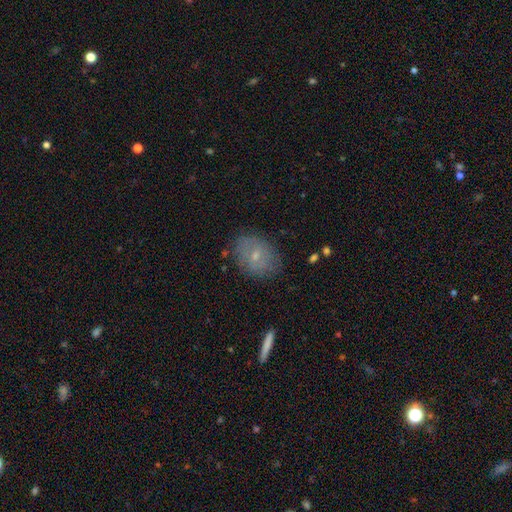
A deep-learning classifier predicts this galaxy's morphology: Smooth or featured? Predicted: smooth (p=0.58). How rounded? Predicted: in between (p=0.66). Merging? Predicted: none (p=0.78).